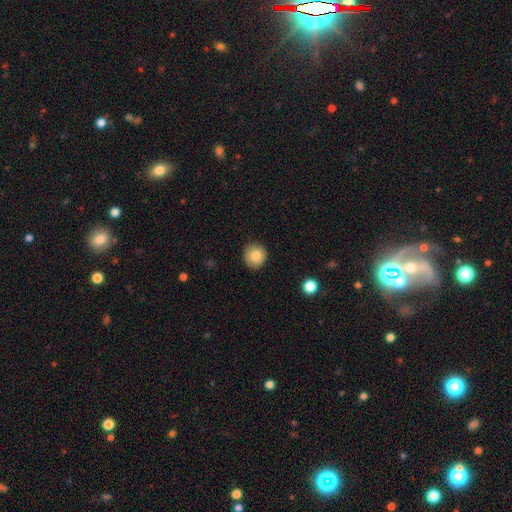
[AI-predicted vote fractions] Overall: smooth (85%). How rounded: round (91%). Merging: none (89%).